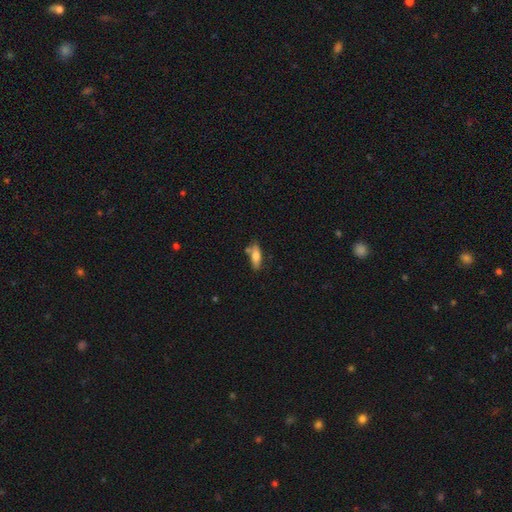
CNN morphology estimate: smooth-or-featured: smooth: 73% | featured or disk: 21% | star or artifact: 7%
  how-rounded: in between: 56% | cigar-shaped: 41% | round: 2%
  merging: none: 65% | minor disturbance: 19% | merger: 12% | major disturbance: 4%